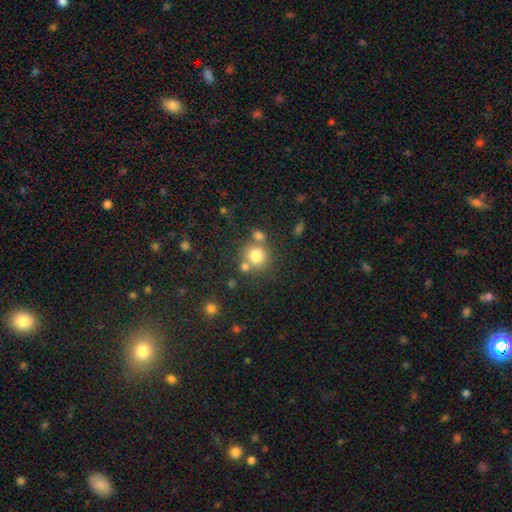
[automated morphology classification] Smooth or featured?
  - smooth: 76% *
  - star or artifact: 13%
  - featured or disk: 10%
How rounded?
  - round: 90% *
  - in between: 10%
  - cigar-shaped: 1%
Merging?
  - none: 63% *
  - merger: 23%
  - minor disturbance: 10%
  - major disturbance: 4%